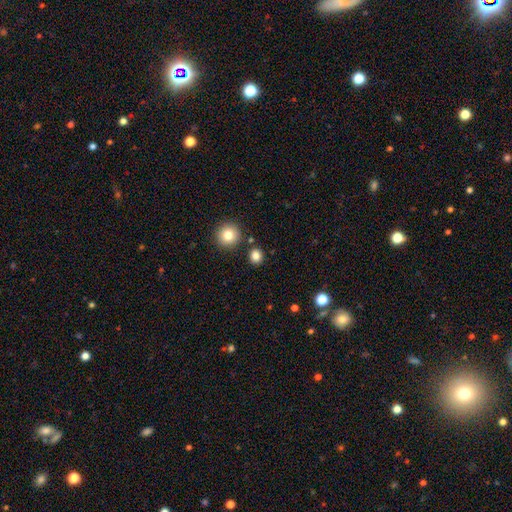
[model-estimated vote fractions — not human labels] This is clearly a smooth galaxy (83%). How rounded: likely round (80%). Merging: clearly none (85%).